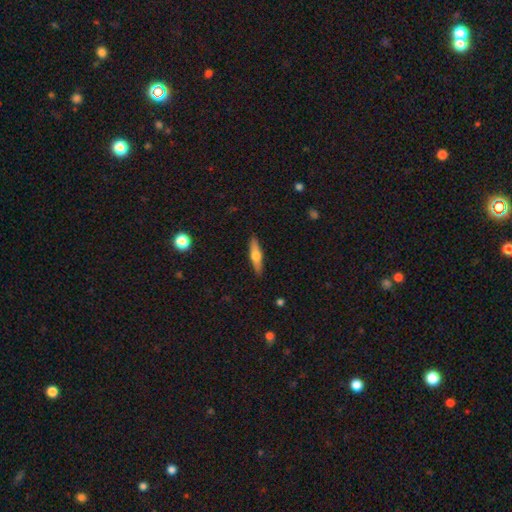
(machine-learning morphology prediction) smooth-or-featured: featured or disk: 47% (tied) | smooth: 47% (tied) | star or artifact: 6%
  merging: none: 90% | minor disturbance: 7% | major disturbance: 2% | merger: 1%